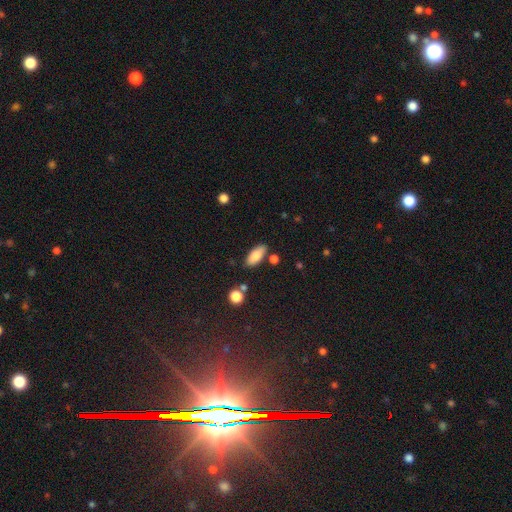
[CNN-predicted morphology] type=smooth (82%); roundness=in between (83%); merging=none (80%).